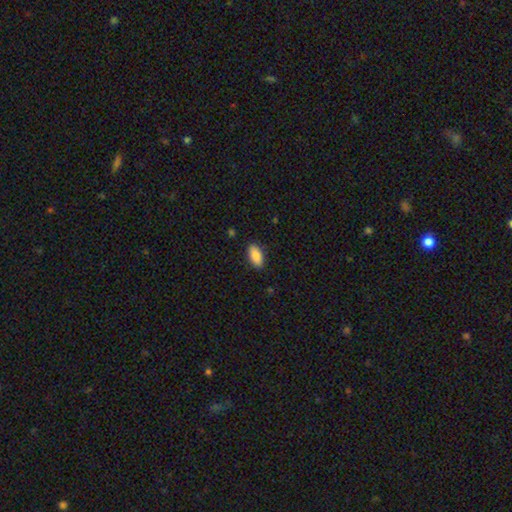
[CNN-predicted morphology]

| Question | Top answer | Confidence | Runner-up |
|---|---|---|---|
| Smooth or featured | smooth | 88% | star or artifact (7%) |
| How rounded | in between | 91% | cigar-shaped (7%) |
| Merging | none | 87% | minor disturbance (9%) |